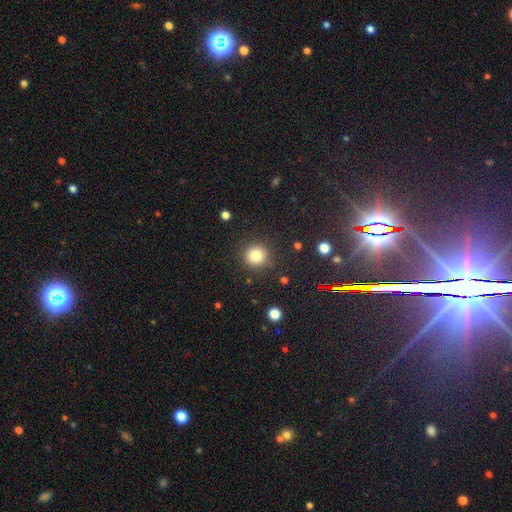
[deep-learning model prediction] Overall: smooth (81%). How rounded: round (93%). Merging: none (88%).